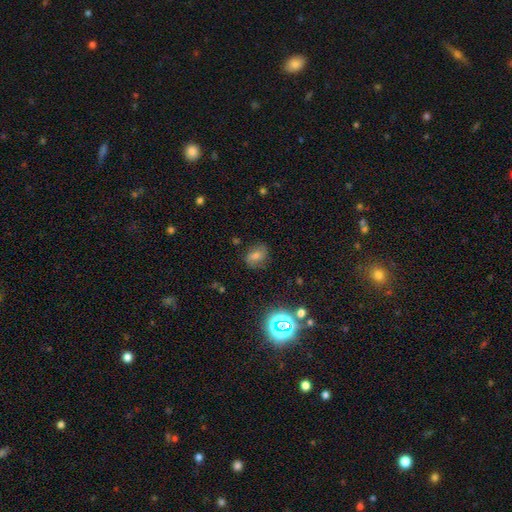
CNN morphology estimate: Smooth or featured? smooth (54%)
How rounded? in between (60%)
Merging? none (73%)